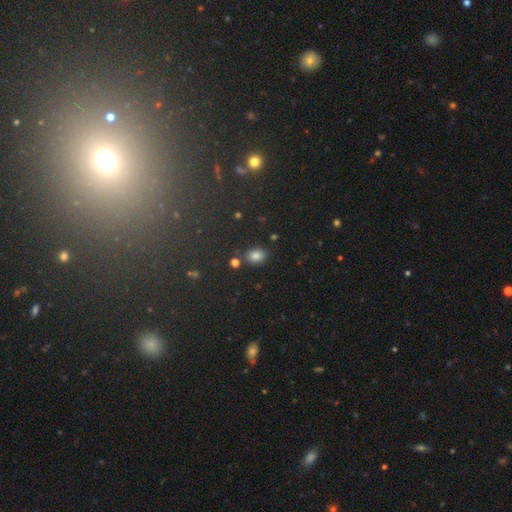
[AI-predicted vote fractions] smooth-or-featured: smooth: 80% | star or artifact: 14% | featured or disk: 6%
  how-rounded: in between: 66% | round: 33% | cigar-shaped: 1%
  merging: none: 83% | minor disturbance: 10% | merger: 4% | major disturbance: 3%